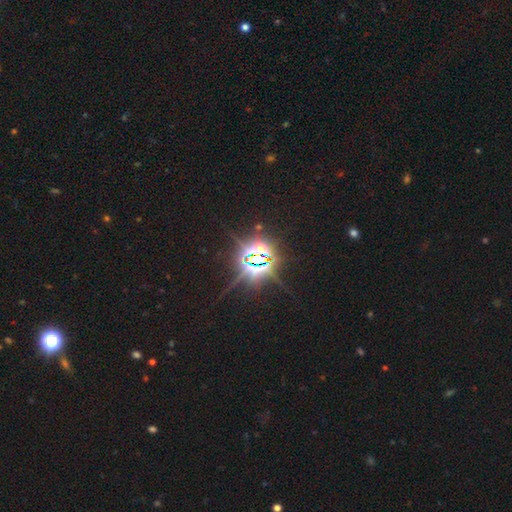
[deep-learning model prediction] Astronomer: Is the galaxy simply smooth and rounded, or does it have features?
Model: star or artifact — 85%.